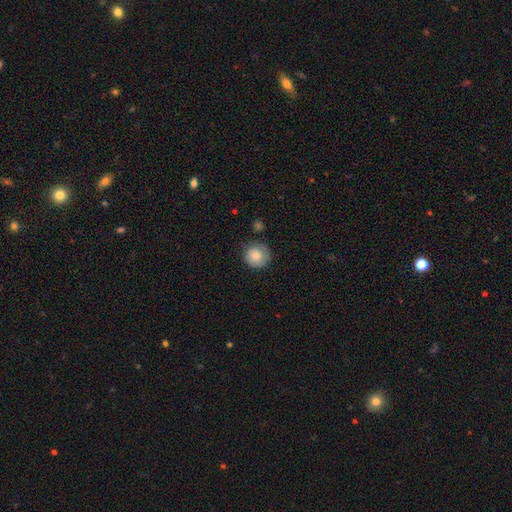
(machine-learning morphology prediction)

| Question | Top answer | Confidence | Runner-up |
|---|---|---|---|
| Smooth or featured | smooth | 78% | featured or disk (14%) |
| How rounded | round | 93% | in between (6%) |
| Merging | none | 78% | minor disturbance (16%) |